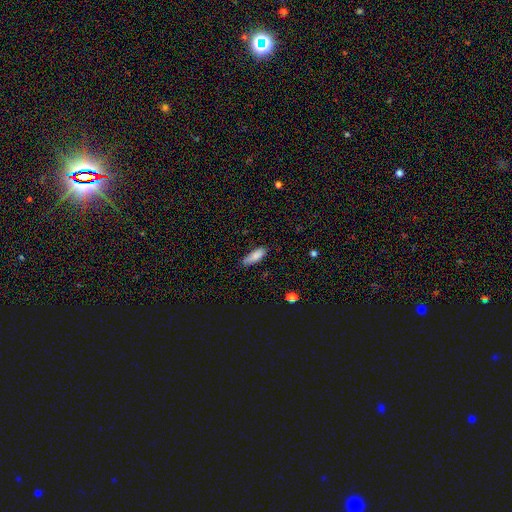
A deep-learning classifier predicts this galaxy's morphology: Smooth or featured: smooth — 86% (featured or disk — 7%)
How rounded: in between — 61% (cigar-shaped — 37%)
Merging: none — 74% (minor disturbance — 21%)